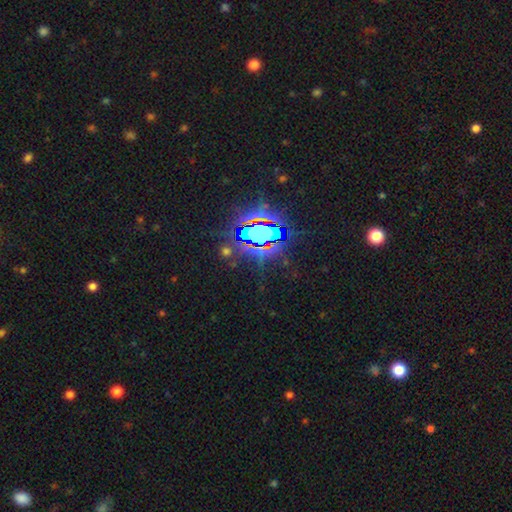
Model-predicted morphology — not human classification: smooth-or-featured: star or artifact: 83% | smooth: 10% | featured or disk: 8%